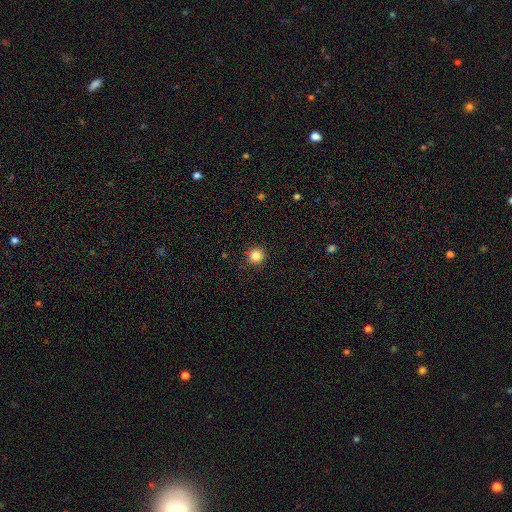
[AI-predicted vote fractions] Q: Smooth or featured?
A: smooth (84%); runner-up: star or artifact (12%)
Q: How rounded?
A: round (94%); runner-up: in between (5%)
Q: Merging?
A: none (90%); runner-up: minor disturbance (7%)